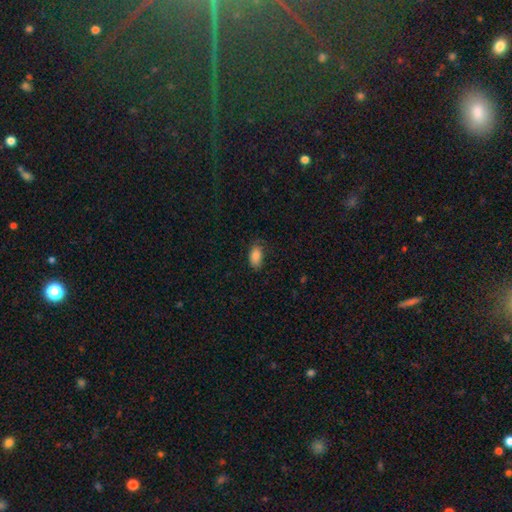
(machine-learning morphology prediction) smooth_or_featured: smooth (p=0.85) [alt: star or artifact p=0.08]
how_rounded: in between (p=0.92) [alt: round p=0.05]
merging: none (p=0.76) [alt: minor disturbance p=0.19]